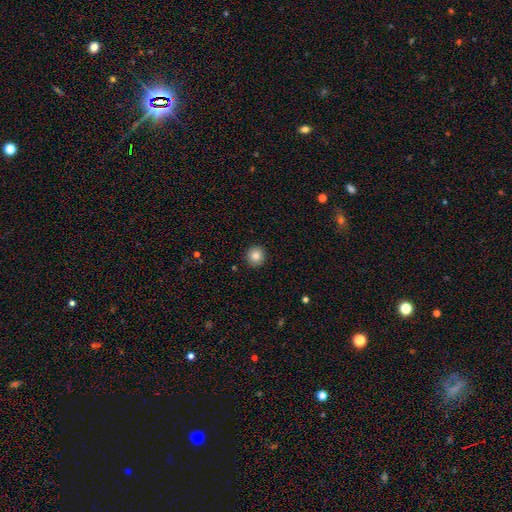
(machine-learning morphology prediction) Smooth or featured? smooth (85%)
How rounded? round (94%)
Merging? none (93%)